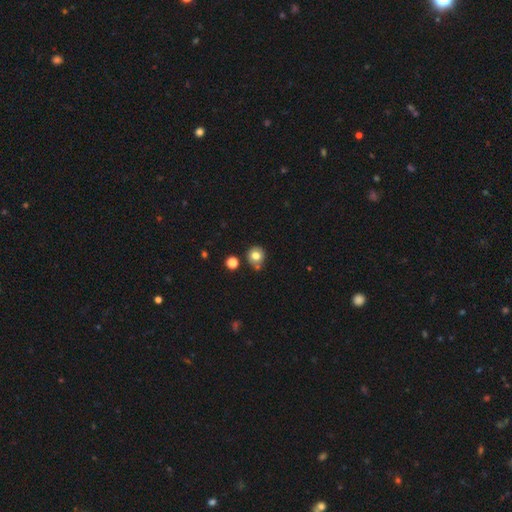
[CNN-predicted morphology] smooth 77%, star or artifact 12%, featured or disk 11%. Down the decision tree: how rounded — round (85%); merging — none (66%).